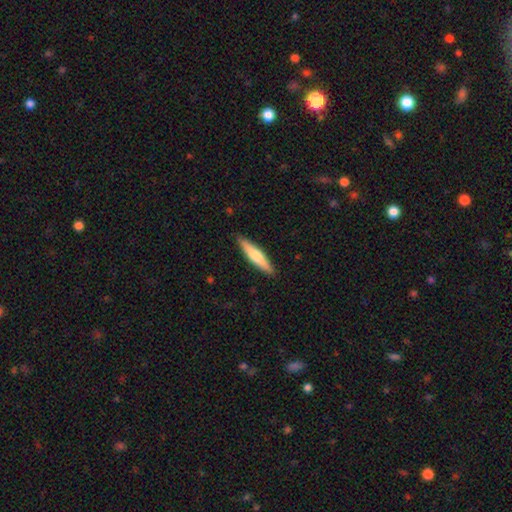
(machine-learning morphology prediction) smooth 63%, featured or disk 32%, star or artifact 5%. Down the decision tree: how rounded — cigar-shaped (86%); merging — none (89%).